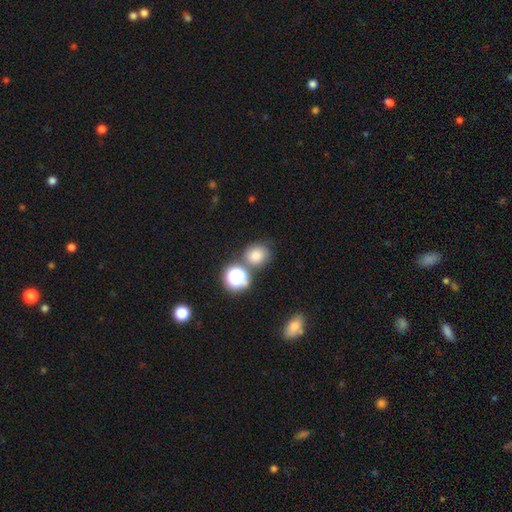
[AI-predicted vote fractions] smooth-or-featured: smooth: 77% | star or artifact: 16% | featured or disk: 7%
  how-rounded: round: 75% | in between: 24% | cigar-shaped: 1%
  merging: none: 65% | merger: 17% | minor disturbance: 13% | major disturbance: 5%